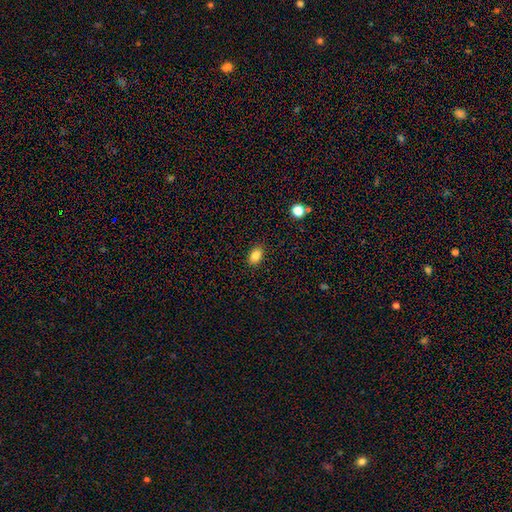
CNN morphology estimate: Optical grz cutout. It shows a smooth galaxy with no disk features (85%) that is in between round and cigar-shaped (84%). Merging: none (89%).